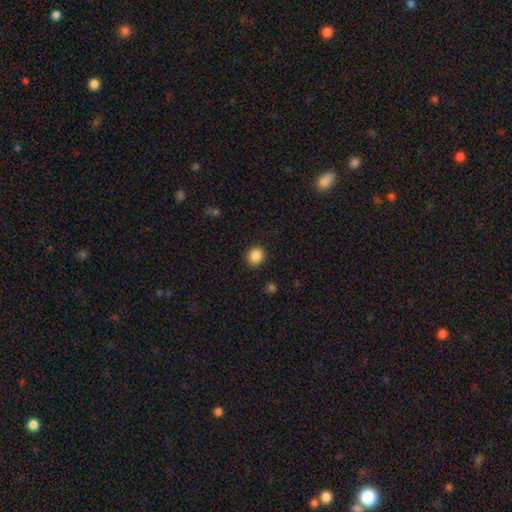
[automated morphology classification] Smooth or featured? smooth (87%)
How rounded? round (84%)
Merging? none (90%)